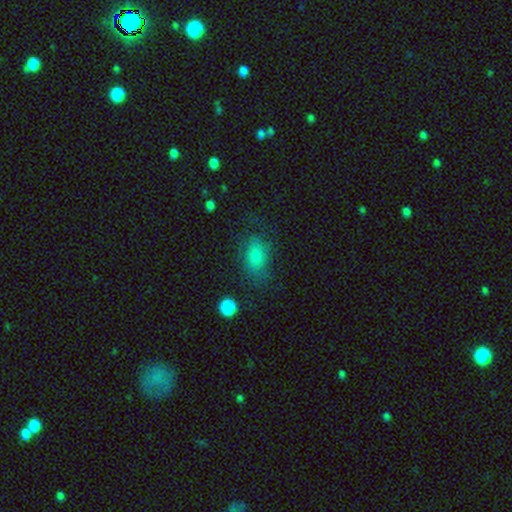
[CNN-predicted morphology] A smooth galaxy with no disk features (77%) that is in between round and cigar-shaped (84%).

Vote fractions:
- Smooth or featured? smooth: 77% / featured or disk: 12% / star or artifact: 10%
- How rounded? in between: 84% / round: 13% / cigar-shaped: 3%
- Merging? none: 66% / minor disturbance: 21% / major disturbance: 11% / merger: 2%